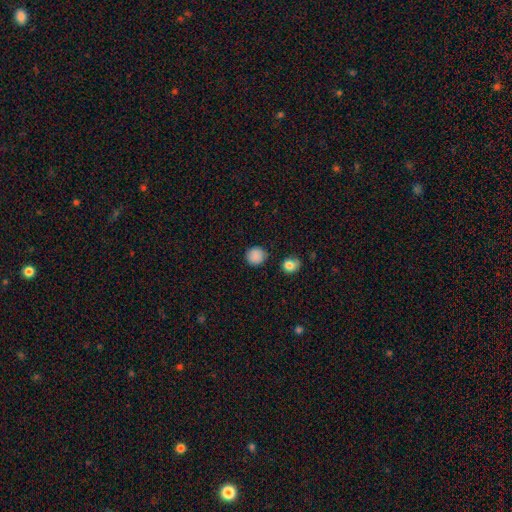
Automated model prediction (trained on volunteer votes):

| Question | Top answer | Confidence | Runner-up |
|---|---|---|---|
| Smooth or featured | smooth | 87% | star or artifact (10%) |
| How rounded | round | 91% | in between (8%) |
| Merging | none | 86% | minor disturbance (9%) |